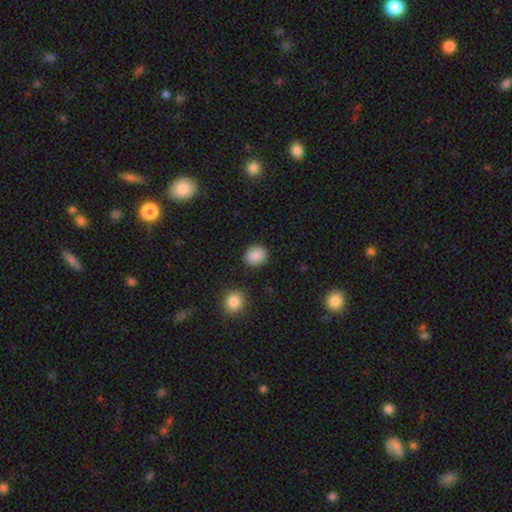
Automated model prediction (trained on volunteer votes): smooth 87%, star or artifact 9%, featured or disk 4%. Down the decision tree: how rounded — round (73%); merging — none (88%).